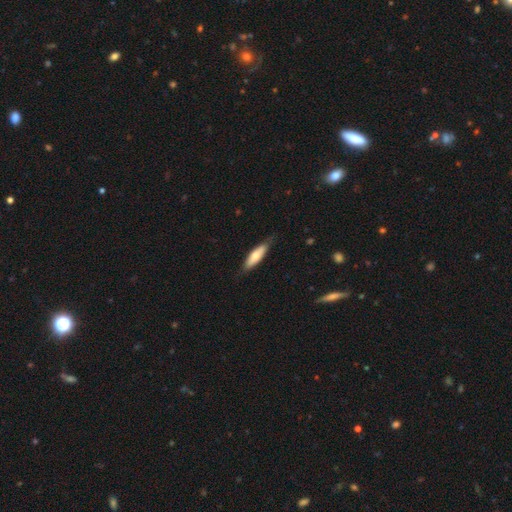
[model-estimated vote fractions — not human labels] A smooth galaxy with no disk features (68%) that is cigar-shaped (57%).

Vote fractions:
- Smooth or featured? smooth: 68% / featured or disk: 26% / star or artifact: 5%
- How rounded? cigar-shaped: 57% / in between: 41% / round: 2%
- Merging? none: 76% / minor disturbance: 20% / major disturbance: 3% / merger: 1%